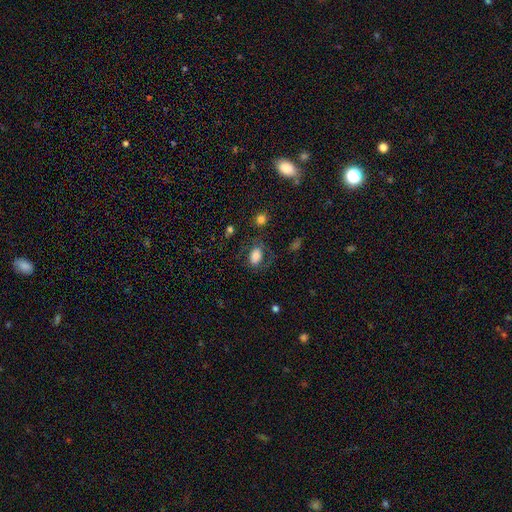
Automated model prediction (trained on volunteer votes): Smooth or featured: smooth — 72% (featured or disk — 17%)
How rounded: in between — 82% (round — 17%)
Merging: none — 59% (minor disturbance — 20%)